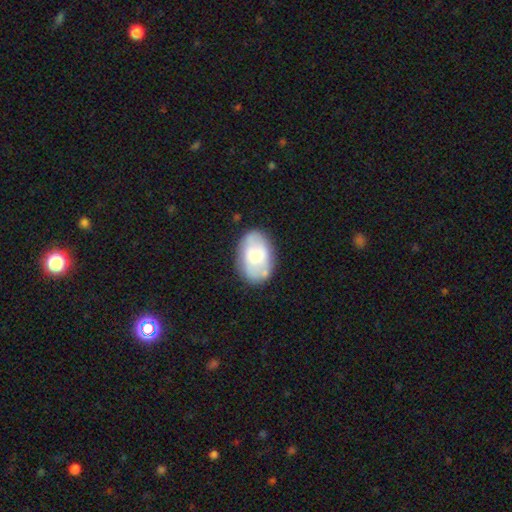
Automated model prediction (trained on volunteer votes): Smooth or featured?
  - smooth: 56% *
  - featured or disk: 38%
  - star or artifact: 6%
How rounded?
  - in between: 88% *
  - round: 10%
  - cigar-shaped: 1%
Merging?
  - none: 76% *
  - minor disturbance: 16%
  - major disturbance: 5%
  - merger: 3%